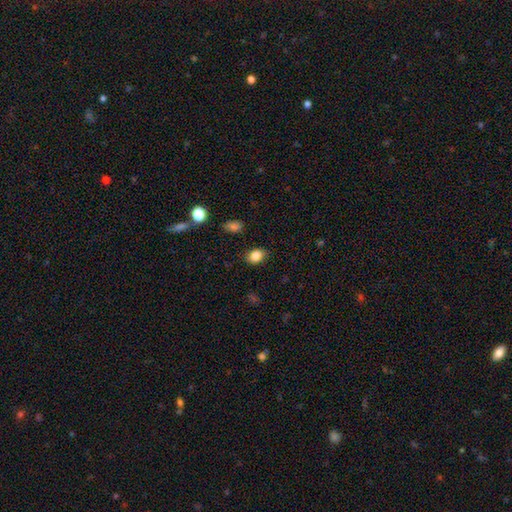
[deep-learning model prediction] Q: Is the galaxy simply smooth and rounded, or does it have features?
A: smooth — 85%.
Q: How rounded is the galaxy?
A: in between — 64%.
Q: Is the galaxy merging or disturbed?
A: none — 85%.